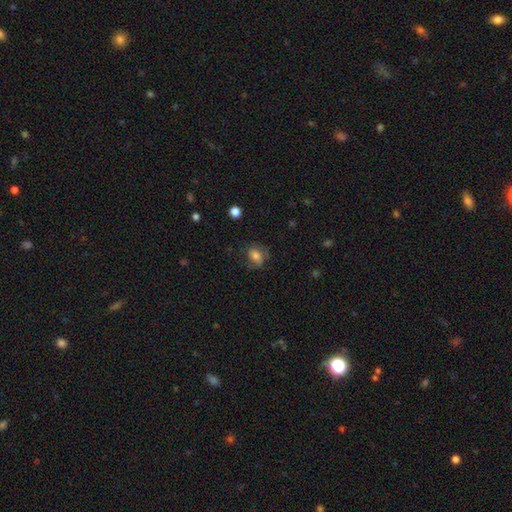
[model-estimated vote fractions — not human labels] Smooth or featured?
  - smooth: 67% *
  - featured or disk: 23%
  - star or artifact: 10%
How rounded?
  - in between: 60% *
  - round: 38%
  - cigar-shaped: 2%
Merging?
  - none: 62% *
  - minor disturbance: 23%
  - major disturbance: 13%
  - merger: 2%